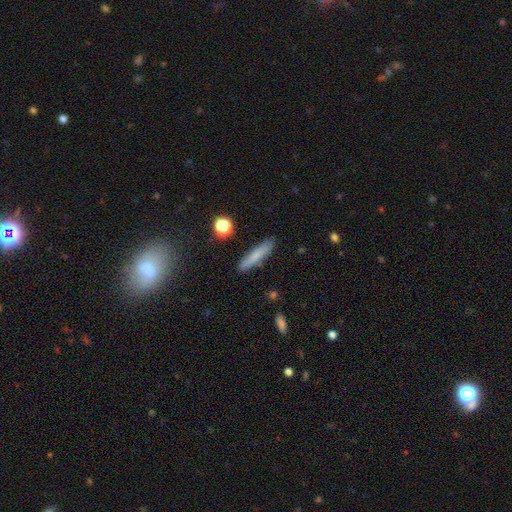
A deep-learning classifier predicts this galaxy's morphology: Q: Smooth or featured?
A: smooth (73%); runner-up: featured or disk (19%)
Q: How rounded?
A: cigar-shaped (87%); runner-up: in between (11%)
Q: Merging?
A: none (86%); runner-up: minor disturbance (10%)